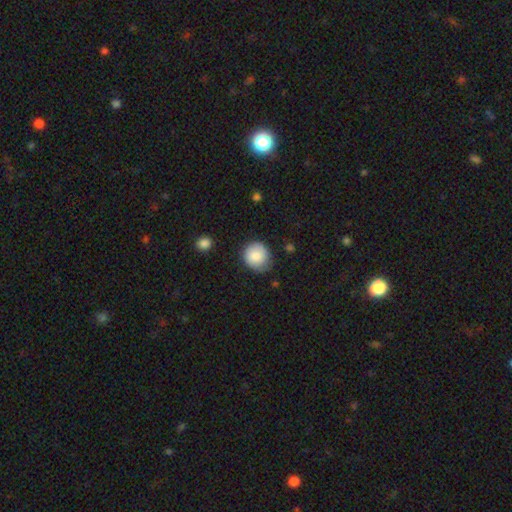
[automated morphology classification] Smooth or featured?
  - smooth: 86% *
  - star or artifact: 7%
  - featured or disk: 7%
How rounded?
  - round: 86% *
  - in between: 13%
  - cigar-shaped: 1%
Merging?
  - none: 75% *
  - minor disturbance: 19%
  - major disturbance: 4%
  - merger: 2%